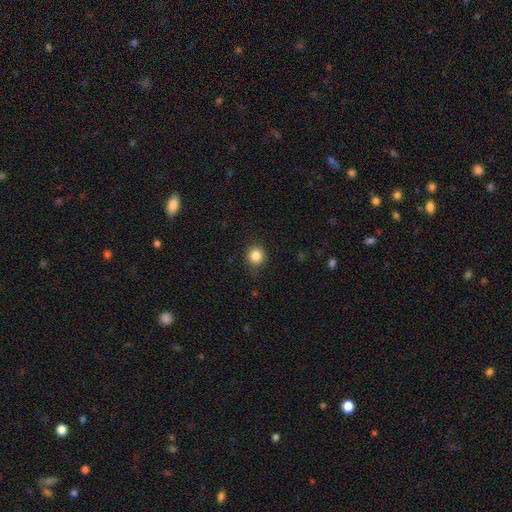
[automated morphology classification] Smooth or featured?
  - smooth: 85% *
  - star or artifact: 10%
  - featured or disk: 5%
How rounded?
  - round: 86% *
  - in between: 13%
  - cigar-shaped: 1%
Merging?
  - none: 86% *
  - minor disturbance: 10%
  - major disturbance: 3%
  - merger: 1%